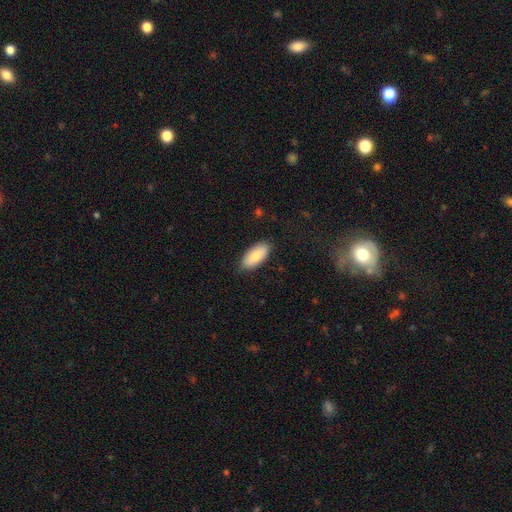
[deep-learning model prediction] smooth-or-featured: smooth: 82% | featured or disk: 13% | star or artifact: 6%
  how-rounded: in between: 90% | cigar-shaped: 8% | round: 2%
  merging: none: 82% | minor disturbance: 14% | major disturbance: 3% | merger: 1%